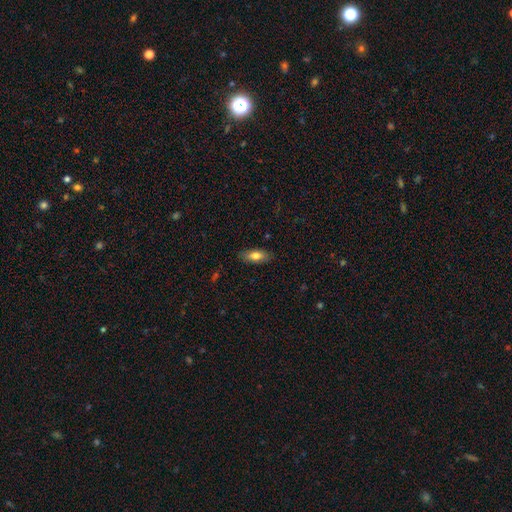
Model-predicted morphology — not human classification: Smooth or featured? Predicted: smooth (p=0.76). How rounded? Predicted: in between (p=0.79). Merging? Predicted: none (p=0.85).